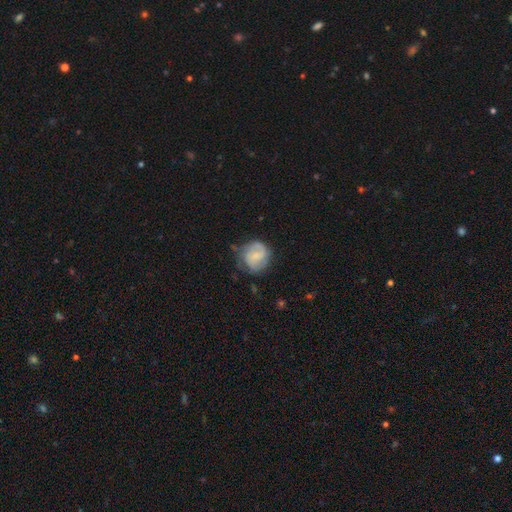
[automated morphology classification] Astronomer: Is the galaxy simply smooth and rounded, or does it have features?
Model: featured or disk — 49% (runner-up: smooth, 44%).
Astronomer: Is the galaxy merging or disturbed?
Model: none — 55%.